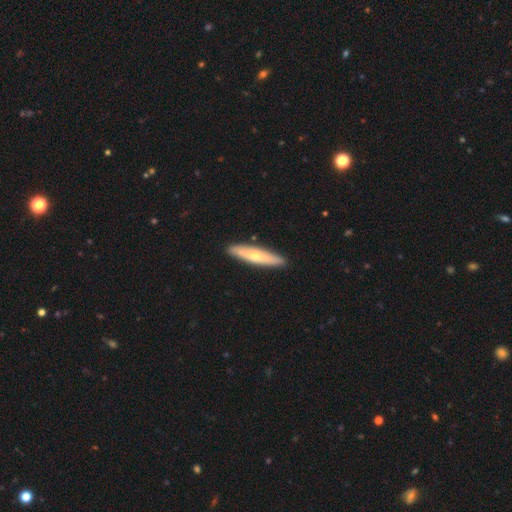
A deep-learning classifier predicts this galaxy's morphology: Smooth or featured: smooth — 55% (featured or disk — 40%)
How rounded: cigar-shaped — 86% (in between — 12%)
Merging: none — 90% (minor disturbance — 7%)